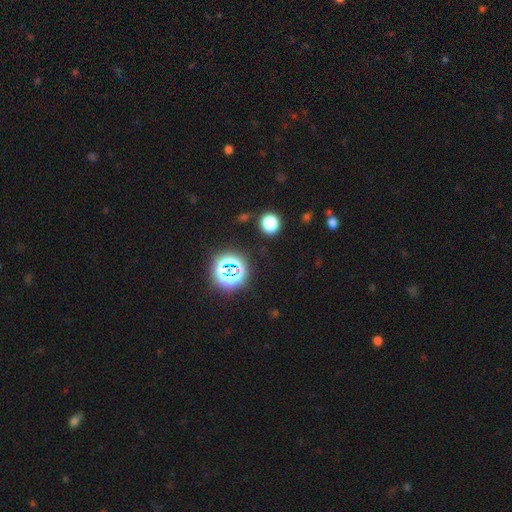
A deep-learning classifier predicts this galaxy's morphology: smooth-or-featured: star or artifact: 77% | smooth: 17% | featured or disk: 6%